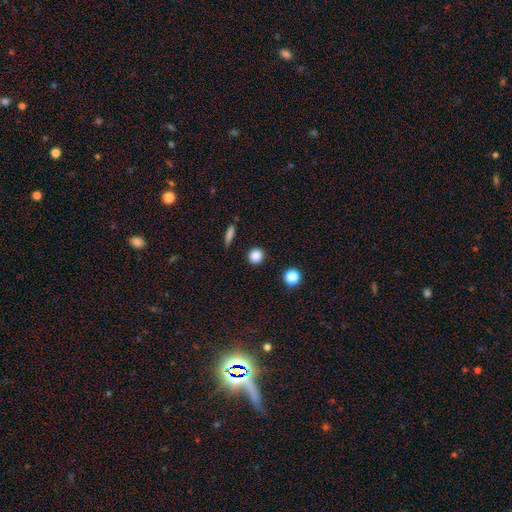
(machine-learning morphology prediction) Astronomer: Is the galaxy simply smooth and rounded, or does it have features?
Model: smooth — 85%.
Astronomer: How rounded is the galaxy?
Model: round — 92%.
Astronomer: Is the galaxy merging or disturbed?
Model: none — 91%.